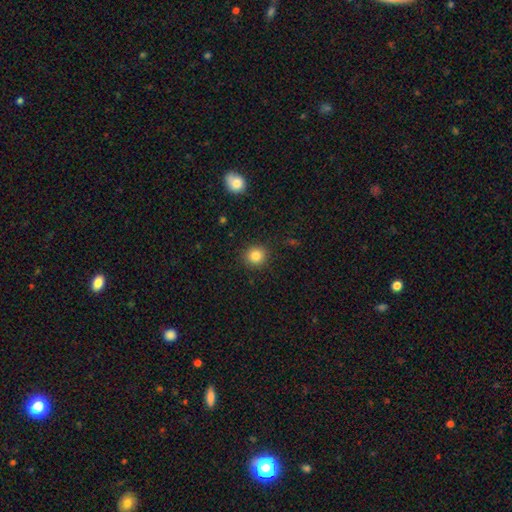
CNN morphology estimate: This is clearly a smooth galaxy (84%). How rounded: clearly round (91%). Merging: clearly none (91%).